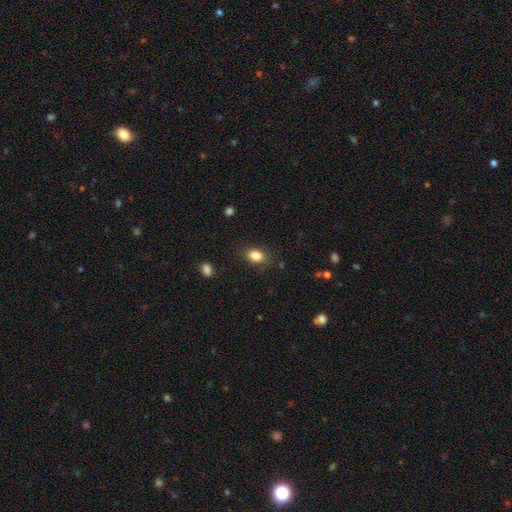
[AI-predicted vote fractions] smooth-or-featured: smooth: 84% | star or artifact: 9% | featured or disk: 6%
  how-rounded: in between: 79% | round: 20% | cigar-shaped: 2%
  merging: none: 82% | minor disturbance: 13% | major disturbance: 4% | merger: 1%